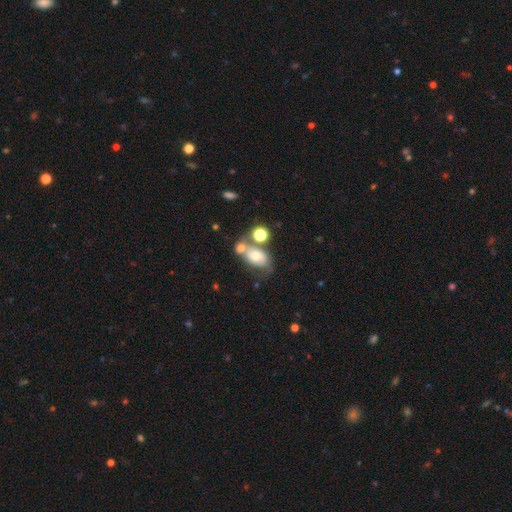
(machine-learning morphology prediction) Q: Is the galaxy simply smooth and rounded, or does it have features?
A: smooth — 50%.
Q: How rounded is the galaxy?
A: in between — 74%.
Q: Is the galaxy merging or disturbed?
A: merger — 41%.